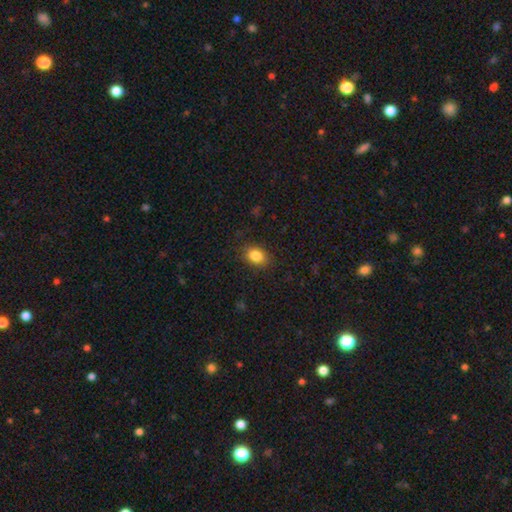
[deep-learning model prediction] The model was most divided on "how rounded": in between: 68%, round: 31%, cigar-shaped: 1%. More confident: smooth or featured — smooth (85%); merging — none (85%).